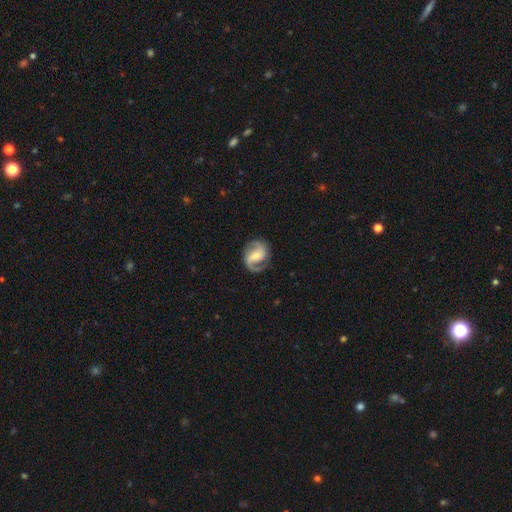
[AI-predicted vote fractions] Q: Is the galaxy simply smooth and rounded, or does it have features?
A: featured or disk — 84%.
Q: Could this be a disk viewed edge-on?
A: no — 98%.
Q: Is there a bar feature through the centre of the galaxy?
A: weak — 48%.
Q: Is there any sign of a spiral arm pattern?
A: yes — 96%.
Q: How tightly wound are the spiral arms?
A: medium — 49%.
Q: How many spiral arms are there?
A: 2 — 82%.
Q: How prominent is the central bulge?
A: moderate — 43%.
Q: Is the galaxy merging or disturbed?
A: none — 76%.